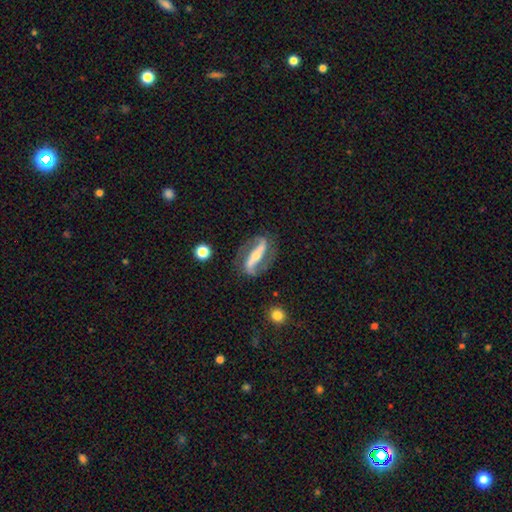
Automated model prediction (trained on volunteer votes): smooth-or-featured: featured or disk: 85% | smooth: 10% | star or artifact: 5%
  disk-edge-on: no: 85% | yes: 15%
    bar: strong: 74% | weak: 13% | no: 13%
    has-spiral-arms: yes: 92% | no: 8%
      spiral-winding: medium: 42% | loose: 37% | tight: 21%
      spiral-arm-count: 2: 92% | can't tell: 3% | 1: 3% | 3: 1% | 4: 1% | more than 4: 1%
    bulge-size: small: 47% | moderate: 41% | large: 7% | none: 4% | dominant: 2%
  merging: none: 77% | minor disturbance: 13% | major disturbance: 8% | merger: 2%